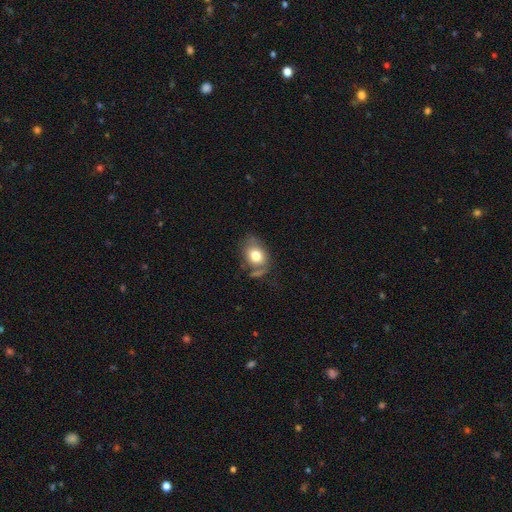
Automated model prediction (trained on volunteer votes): This is likely a smooth galaxy (74%). How rounded: likely in between (64%). Merging: possibly none (55%).